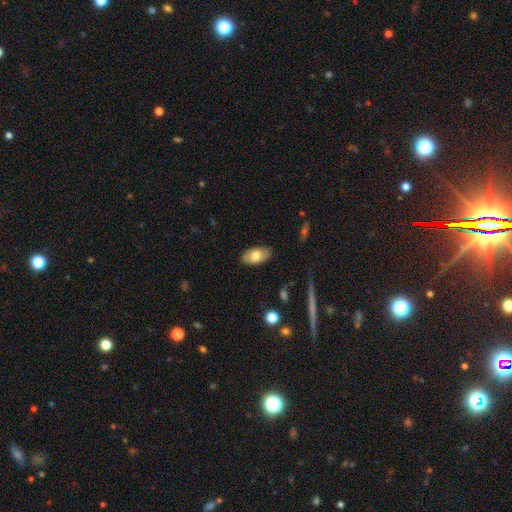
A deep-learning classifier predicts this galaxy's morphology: A smooth galaxy with no disk features (75%) that is in between round and cigar-shaped (94%).

Vote fractions:
- Smooth or featured? smooth: 75% / featured or disk: 18% / star or artifact: 6%
- How rounded? in between: 94% / round: 3% / cigar-shaped: 3%
- Merging? none: 86% / minor disturbance: 11% / major disturbance: 2% / merger: 1%